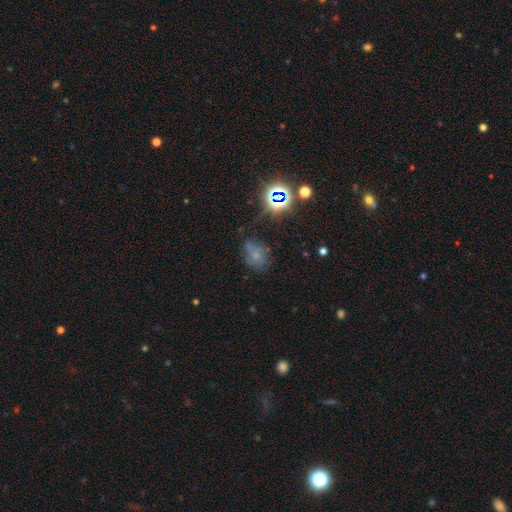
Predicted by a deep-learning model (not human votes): Smooth or featured: smooth — 50% (star or artifact — 31%)
Merging: none — 49% (minor disturbance — 29%)